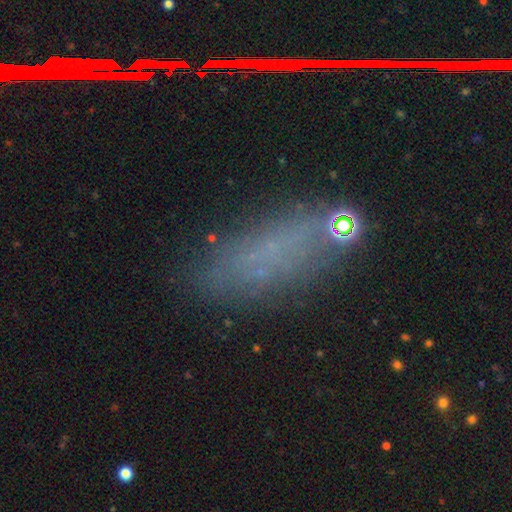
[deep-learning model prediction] This appears to be a smooth galaxy with no disk features (48%). Merging: none (69%).